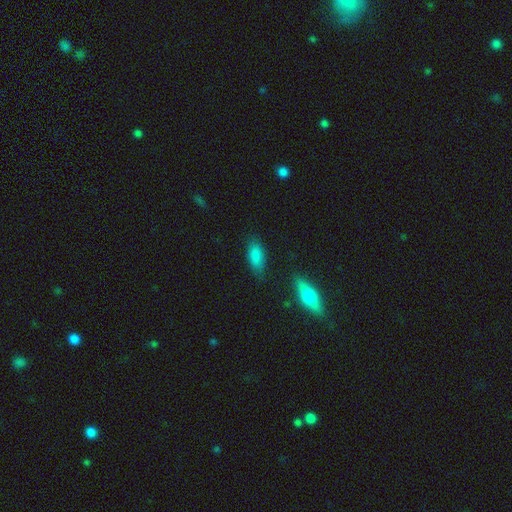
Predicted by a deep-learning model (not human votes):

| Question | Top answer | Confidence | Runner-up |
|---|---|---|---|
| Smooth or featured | smooth | 84% | featured or disk (8%) |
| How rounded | in between | 84% | cigar-shaped (13%) |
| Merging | none | 78% | minor disturbance (16%) |